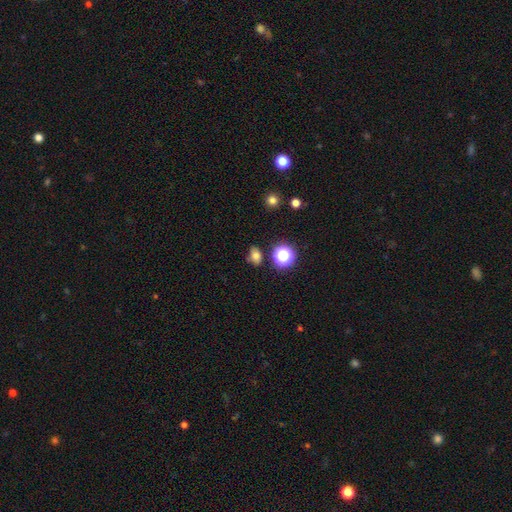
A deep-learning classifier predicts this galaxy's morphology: smooth-or-featured: smooth: 72% | star or artifact: 20% | featured or disk: 9%
  how-rounded: in between: 62% | round: 36% | cigar-shaped: 2%
  merging: none: 73% | minor disturbance: 17% | merger: 5% | major disturbance: 5%